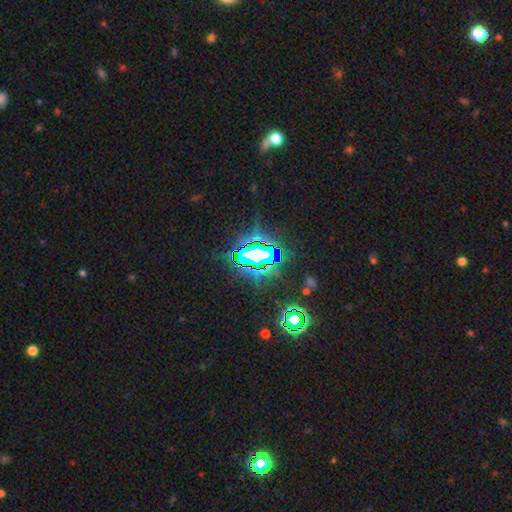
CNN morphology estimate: Smooth or featured?
  - star or artifact: 74% *
  - smooth: 13%
  - featured or disk: 13%